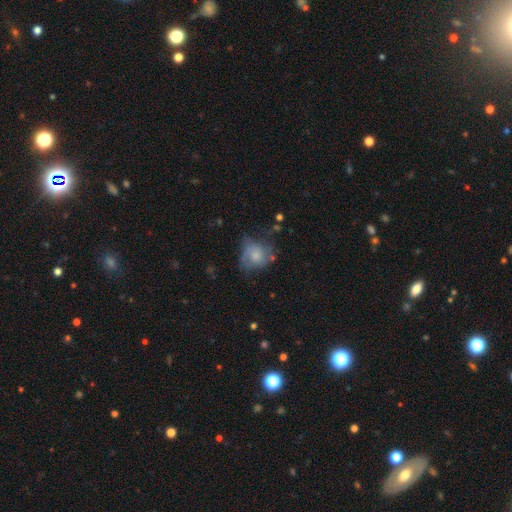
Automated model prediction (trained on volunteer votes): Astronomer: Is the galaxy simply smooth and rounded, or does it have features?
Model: smooth — 47% (runner-up: featured or disk, 39%).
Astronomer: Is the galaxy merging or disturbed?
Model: none — 51% (runner-up: minor disturbance, 27%).